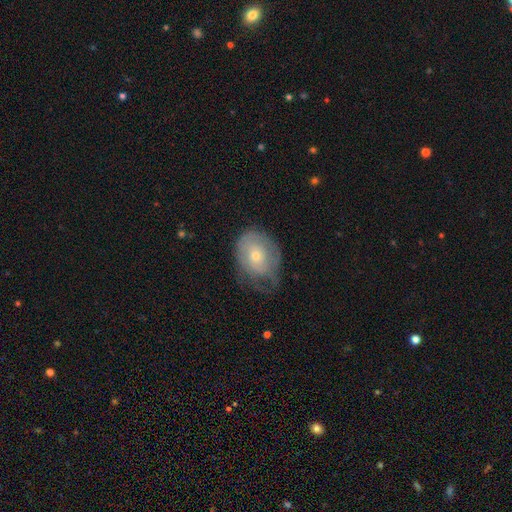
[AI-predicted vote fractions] Morphology: type=smooth (47%); merging=none (43%).